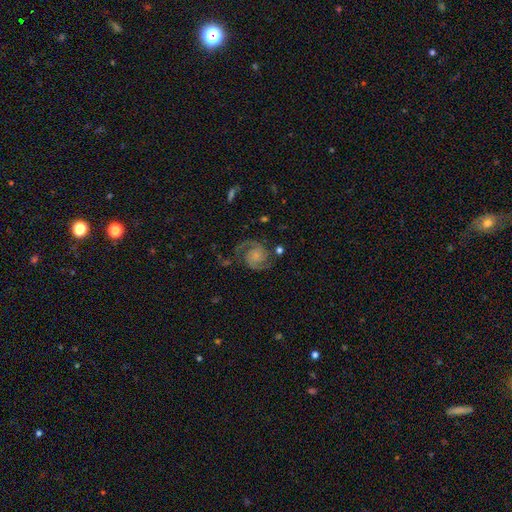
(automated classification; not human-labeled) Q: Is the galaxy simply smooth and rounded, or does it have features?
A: featured or disk — 87%.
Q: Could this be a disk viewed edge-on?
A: no — 98%.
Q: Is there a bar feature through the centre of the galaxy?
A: no — 71%.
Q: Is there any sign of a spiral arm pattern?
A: yes — 98%.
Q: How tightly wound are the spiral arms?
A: medium — 52%.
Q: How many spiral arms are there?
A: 2 — 92%.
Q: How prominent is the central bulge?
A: small — 39%.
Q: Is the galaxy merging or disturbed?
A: none — 72%.